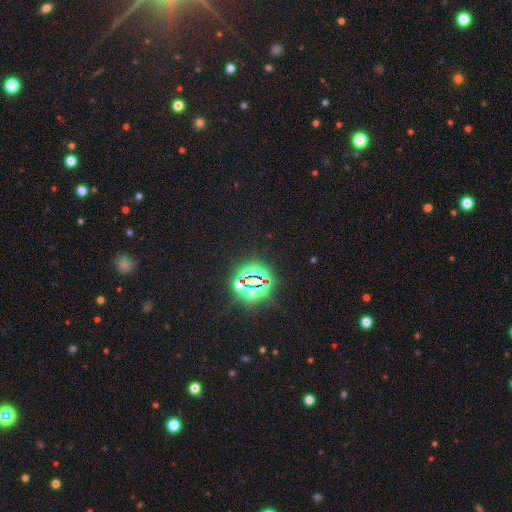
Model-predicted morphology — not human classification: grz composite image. It shows a star or artifact, not a galaxy (82%).